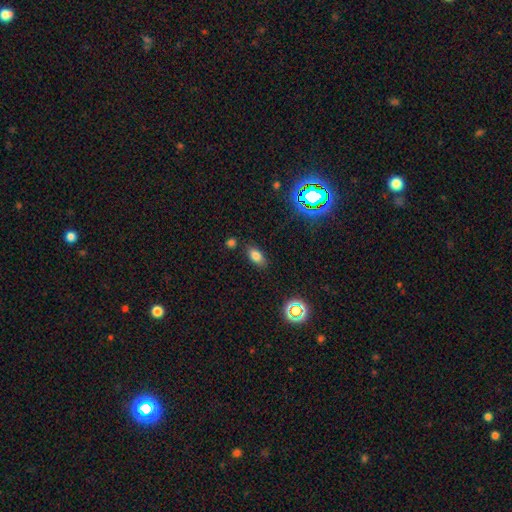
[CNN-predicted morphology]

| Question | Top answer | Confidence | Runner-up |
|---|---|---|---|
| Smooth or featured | smooth | 76% | star or artifact (15%) |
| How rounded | in between | 87% | round (9%) |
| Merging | none | 81% | minor disturbance (12%) |